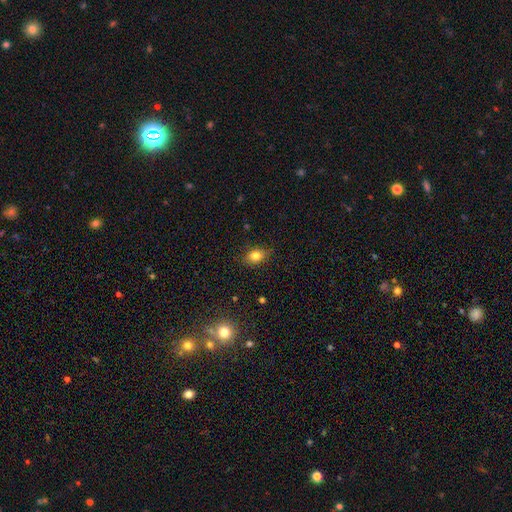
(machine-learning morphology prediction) Smooth or featured?
  - smooth: 80% *
  - star or artifact: 11%
  - featured or disk: 9%
How rounded?
  - in between: 69% *
  - round: 29%
  - cigar-shaped: 2%
Merging?
  - none: 80% *
  - minor disturbance: 16%
  - major disturbance: 3%
  - merger: 1%